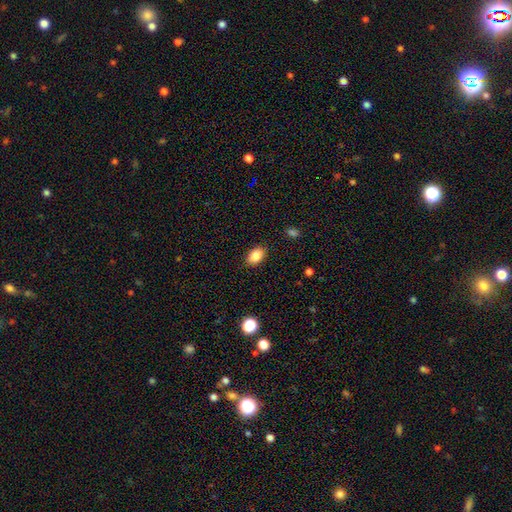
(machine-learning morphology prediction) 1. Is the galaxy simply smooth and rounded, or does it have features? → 87% smooth, 9% star or artifact, 5% featured or disk.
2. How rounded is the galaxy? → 85% in between, 13% round, 1% cigar-shaped.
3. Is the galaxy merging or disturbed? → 86% none, 10% minor disturbance, 2% major disturbance, 1% merger.